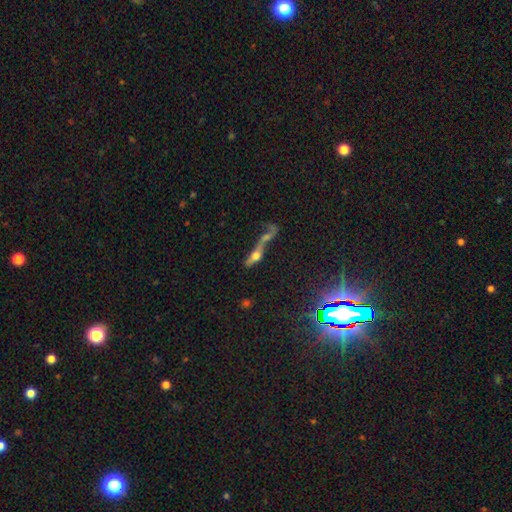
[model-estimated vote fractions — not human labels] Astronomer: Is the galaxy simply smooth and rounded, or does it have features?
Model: featured or disk — 44% (runner-up: smooth, 39%).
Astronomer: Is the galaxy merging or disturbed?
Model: merger — 58%.